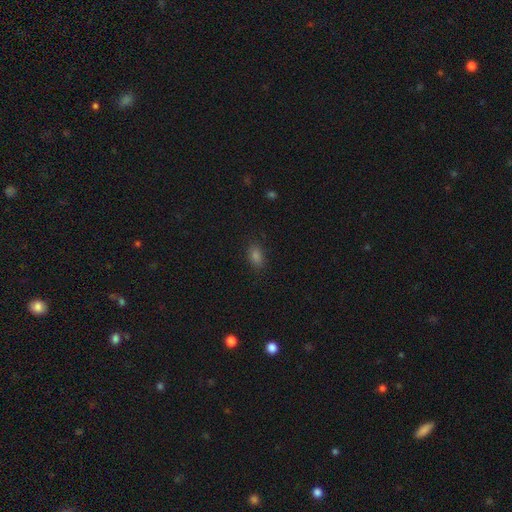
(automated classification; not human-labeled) Smooth or featured?
  - smooth: 80% *
  - star or artifact: 15%
  - featured or disk: 5%
How rounded?
  - in between: 84% *
  - round: 14%
  - cigar-shaped: 2%
Merging?
  - none: 86% *
  - minor disturbance: 10%
  - major disturbance: 3%
  - merger: 1%